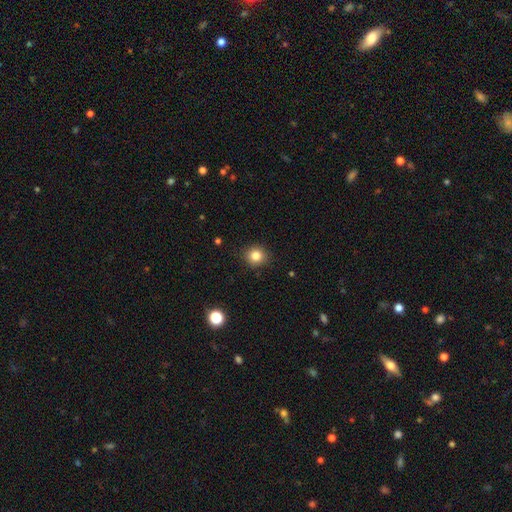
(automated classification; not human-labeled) A smooth galaxy with no disk features (83%) that is round (88%). Merging: none (90%).